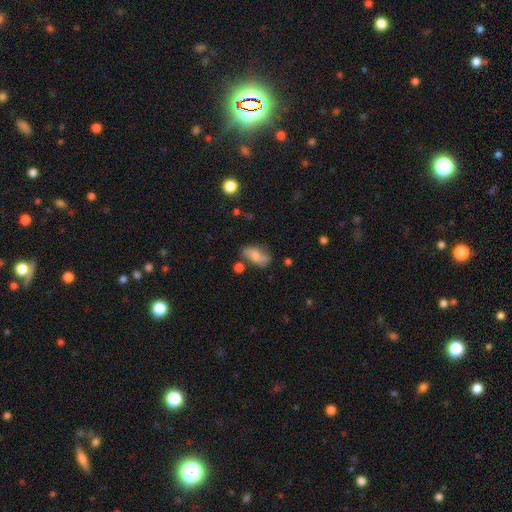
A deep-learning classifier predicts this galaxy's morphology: Q: Smooth or featured?
A: smooth (62%); runner-up: featured or disk (27%)
Q: How rounded?
A: in between (86%); runner-up: cigar-shaped (8%)
Q: Merging?
A: none (48%); runner-up: minor disturbance (27%)